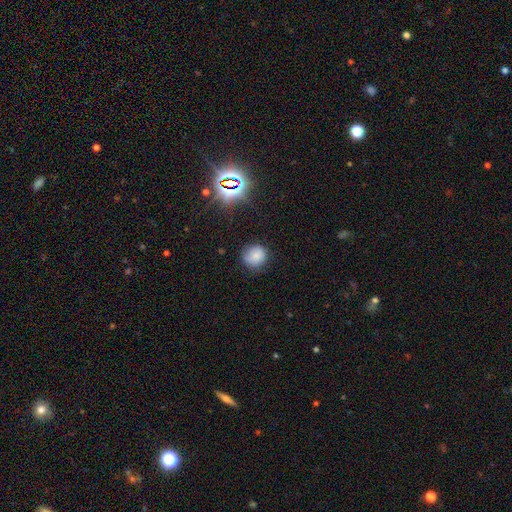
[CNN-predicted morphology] smooth-or-featured: smooth: 77% | star or artifact: 14% | featured or disk: 9%
  how-rounded: round: 85% | in between: 14% | cigar-shaped: 1%
  merging: none: 75% | minor disturbance: 19% | major disturbance: 4% | merger: 2%